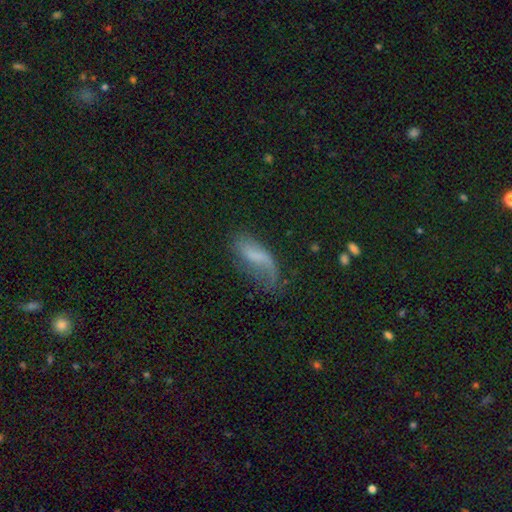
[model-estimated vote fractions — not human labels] Smooth or featured: smooth — 48% (featured or disk — 39%)
Merging: none — 40% (minor disturbance — 30%)